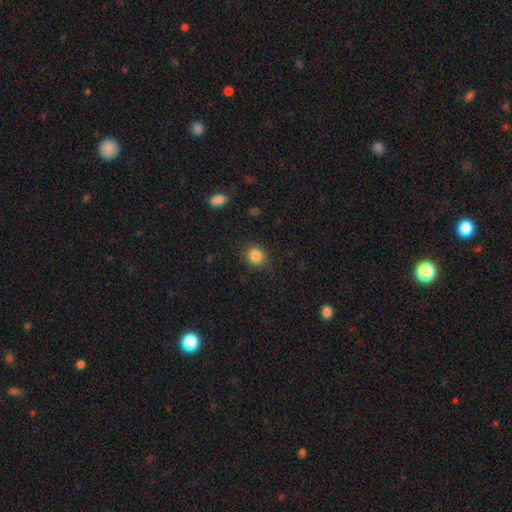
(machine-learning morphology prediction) smooth_or_featured: smooth (p=0.85) [alt: star or artifact p=0.10]
how_rounded: round (p=0.83) [alt: in between p=0.16]
merging: none (p=0.84) [alt: minor disturbance p=0.12]